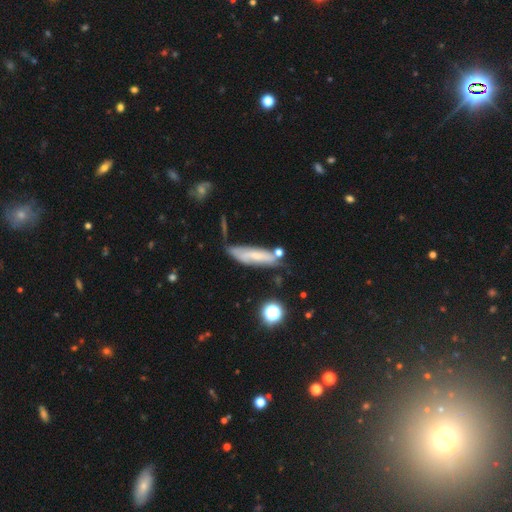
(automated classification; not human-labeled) smooth 48%, featured or disk 42%, star or artifact 10%. Down the decision tree: merging — none (48%).